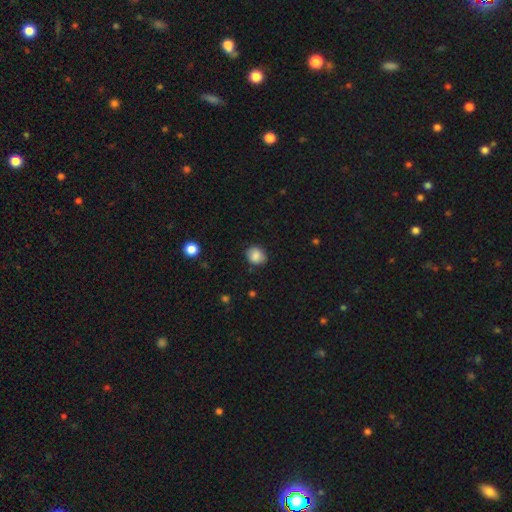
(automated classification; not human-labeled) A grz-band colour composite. It shows a smooth galaxy with no disk features (84%) that is round (65%). Merging: none (82%).